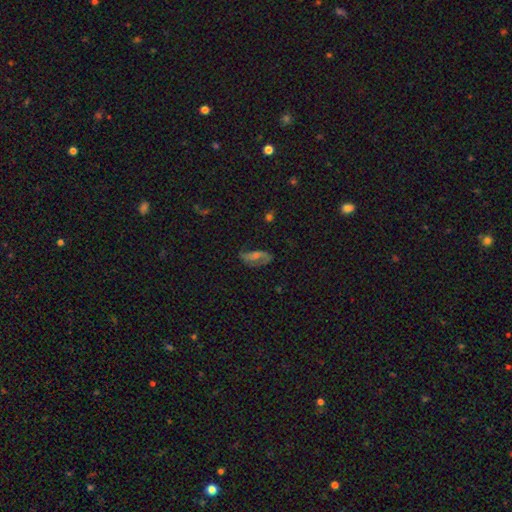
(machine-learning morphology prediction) smooth_or_featured: featured or disk (p=0.63) [alt: smooth p=0.24]
disk_edge_on: no (p=0.92) [alt: yes p=0.08]
bar: weak (p=0.41) [alt: no p=0.35]
has_spiral_arms: yes (p=0.87) [alt: no p=0.13]
spiral_winding: loose (p=0.45) [alt: medium p=0.38]
spiral_arm_count: 2 (p=0.86) [alt: can't tell p=0.06]
bulge_size: small (p=0.40) [alt: moderate p=0.37]
merging: none (p=0.74) [alt: minor disturbance p=0.16]